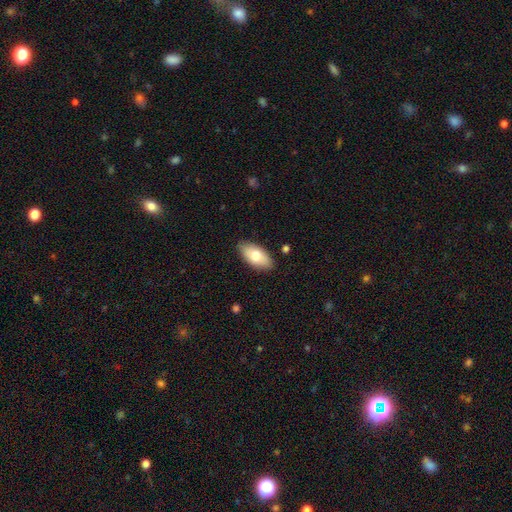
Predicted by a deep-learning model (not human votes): Smooth or featured? Predicted: smooth (p=0.73). How rounded? Predicted: in between (p=0.93). Merging? Predicted: none (p=0.86).